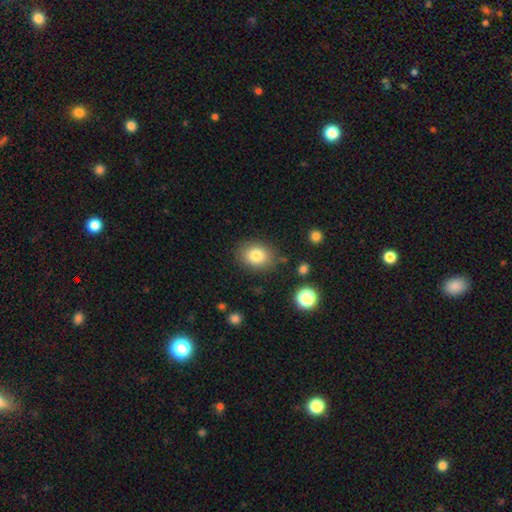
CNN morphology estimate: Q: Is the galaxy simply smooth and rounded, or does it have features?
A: smooth — 82%.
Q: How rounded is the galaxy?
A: in between — 53%.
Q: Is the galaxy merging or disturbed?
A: none — 82%.